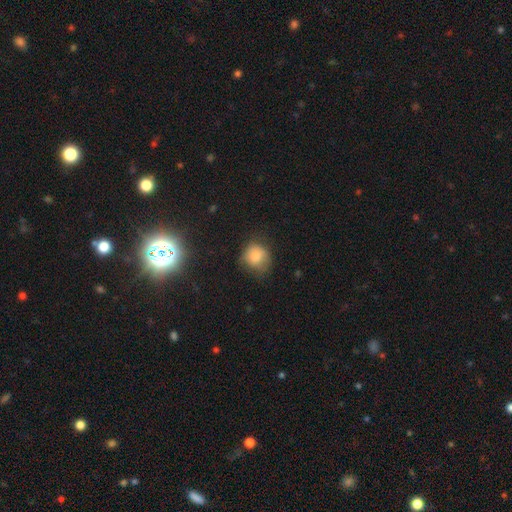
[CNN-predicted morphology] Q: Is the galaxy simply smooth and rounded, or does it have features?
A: smooth — 78%.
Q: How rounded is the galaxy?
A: round — 77%.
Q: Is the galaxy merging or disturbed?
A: none — 58%.